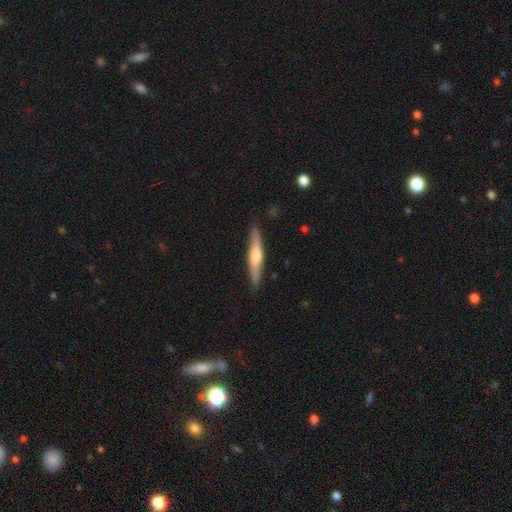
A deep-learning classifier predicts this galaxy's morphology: The model was most divided on "smooth or featured": featured or disk: 54%, smooth: 41%, star or artifact: 5%. More confident: edge-on disk — yes (93%); merging — none (87%); edge-on bulge — rounded (83%).